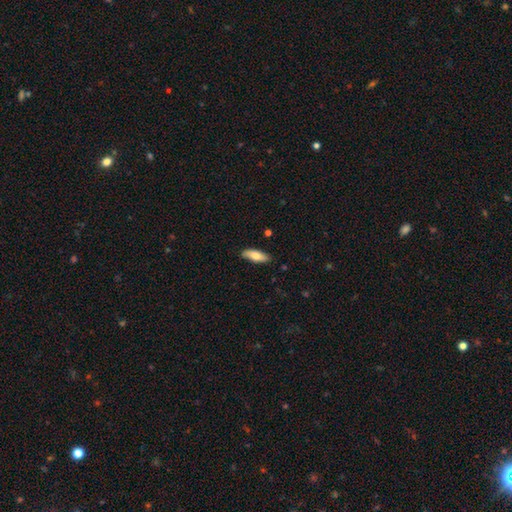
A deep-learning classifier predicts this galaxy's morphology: A smooth galaxy with no disk features (76%) that is in between round and cigar-shaped (68%). Merging: none (85%).